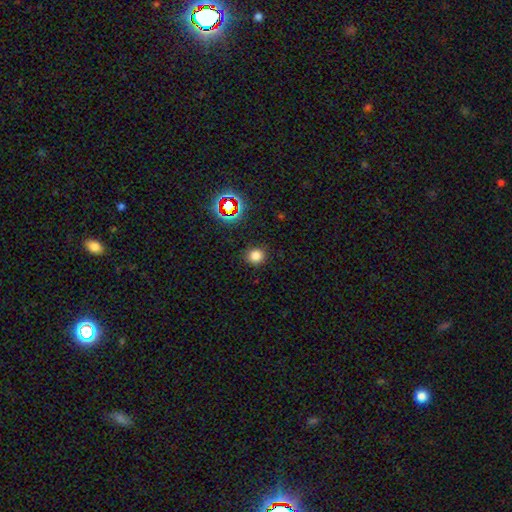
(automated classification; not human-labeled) The model was most divided on "smooth or featured": smooth: 77%, star or artifact: 18%, featured or disk: 5%. More confident: merging — none (89%); how rounded — round (86%).